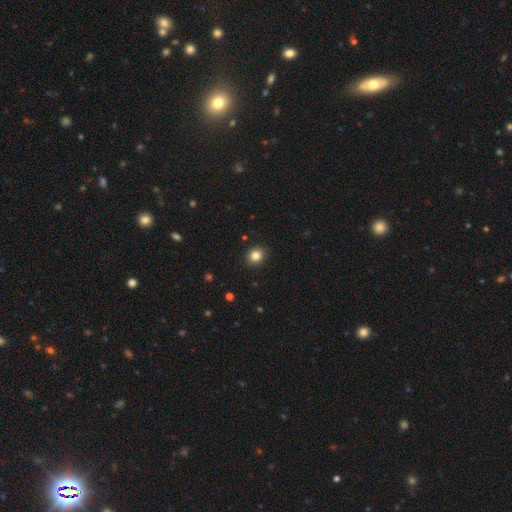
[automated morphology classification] Smooth or featured? Predicted: smooth (p=0.83). How rounded? Predicted: round (p=0.78). Merging? Predicted: none (p=0.91).